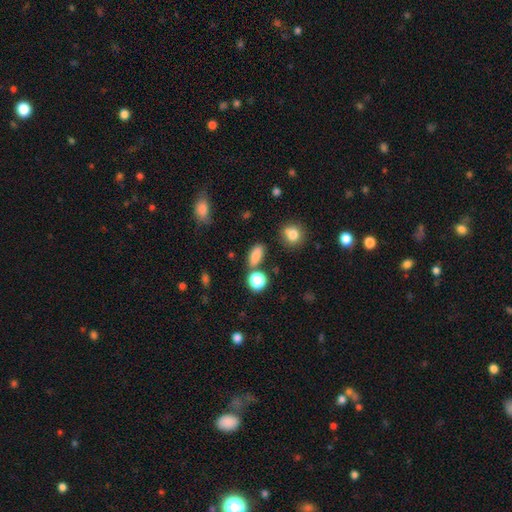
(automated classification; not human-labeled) smooth_or_featured: smooth (p=0.82) [alt: star or artifact p=0.12]
how_rounded: in between (p=0.76) [alt: round p=0.15]
merging: none (p=0.69) [alt: minor disturbance p=0.14]